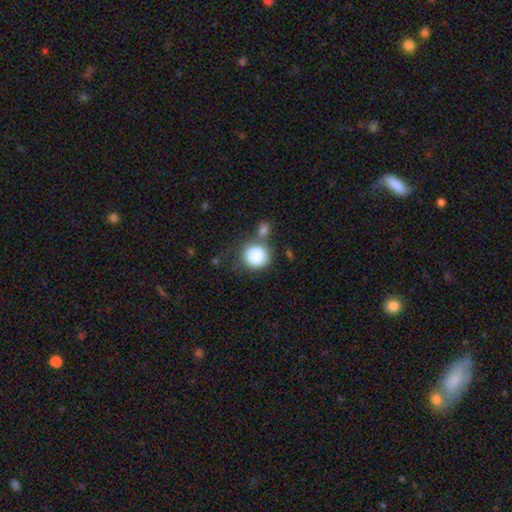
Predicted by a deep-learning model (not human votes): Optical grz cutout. It shows a smooth galaxy with no disk features (85%) that is round (86%). Merging: none (56%).